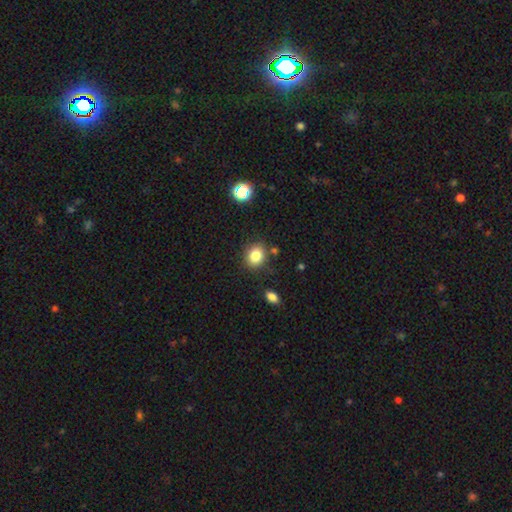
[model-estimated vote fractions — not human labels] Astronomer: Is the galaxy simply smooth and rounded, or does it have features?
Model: smooth — 82%.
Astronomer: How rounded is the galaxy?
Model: round — 61% (runner-up: in between, 38%).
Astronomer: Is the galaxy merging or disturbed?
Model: none — 82%.